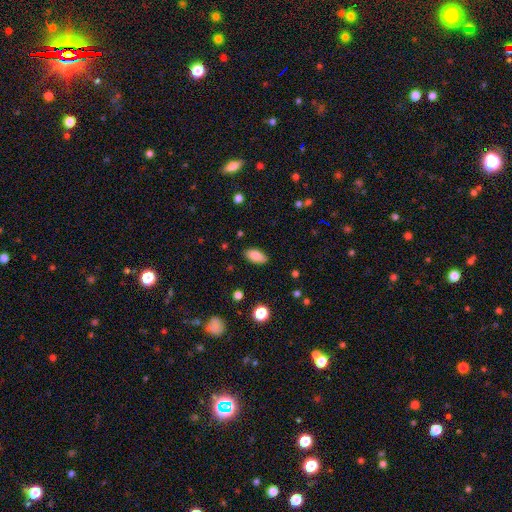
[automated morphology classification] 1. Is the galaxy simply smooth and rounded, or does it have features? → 86% smooth, 8% star or artifact, 6% featured or disk.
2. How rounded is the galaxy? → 91% in between, 6% cigar-shaped, 3% round.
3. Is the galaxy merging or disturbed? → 86% none, 11% minor disturbance, 2% major disturbance, 1% merger.